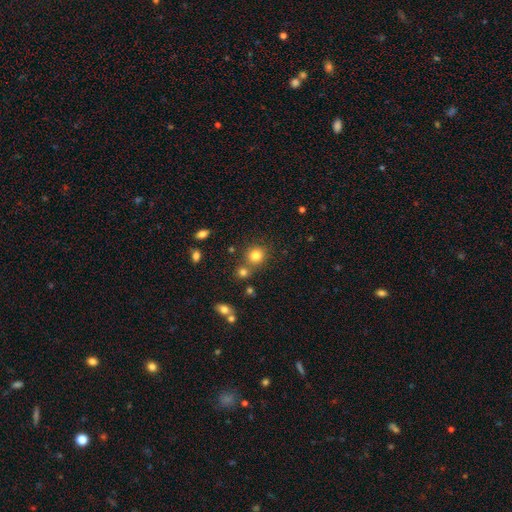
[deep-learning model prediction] smooth-or-featured: smooth: 80% | star or artifact: 13% | featured or disk: 7%
  how-rounded: round: 87% | in between: 12% | cigar-shaped: 1%
  merging: none: 70% | merger: 17% | minor disturbance: 9% | major disturbance: 3%